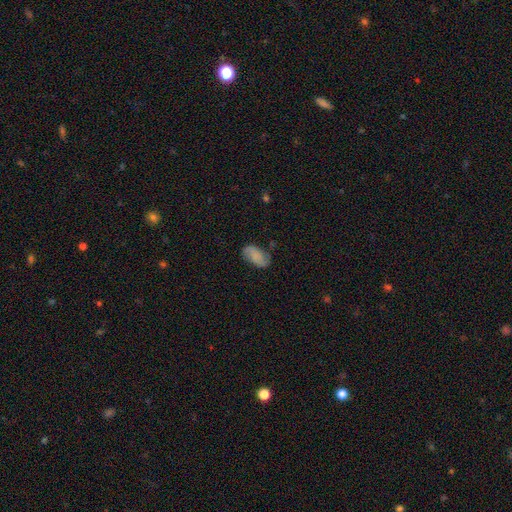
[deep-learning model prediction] A smooth galaxy with no disk features (53%) that is in between round and cigar-shaped (94%).

Vote fractions:
- Smooth or featured? smooth: 53% / featured or disk: 38% / star or artifact: 9%
- How rounded? in between: 94% / round: 4% / cigar-shaped: 3%
- Merging? none: 71% / minor disturbance: 21% / major disturbance: 7% / merger: 2%